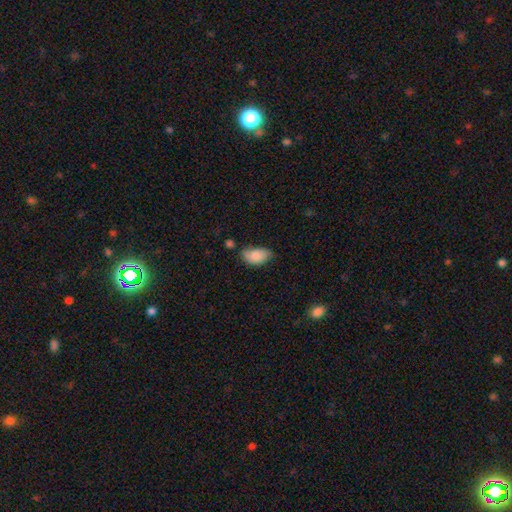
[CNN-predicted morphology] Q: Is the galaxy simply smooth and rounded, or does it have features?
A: smooth — 84%.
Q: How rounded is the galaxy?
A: in between — 92%.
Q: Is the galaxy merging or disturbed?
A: none — 51%.